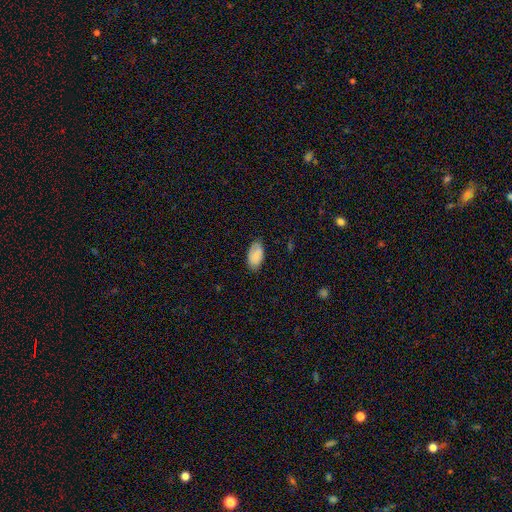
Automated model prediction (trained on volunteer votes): Smooth or featured? Predicted: smooth (p=0.79). How rounded? Predicted: in between (p=0.94). Merging? Predicted: none (p=0.75).